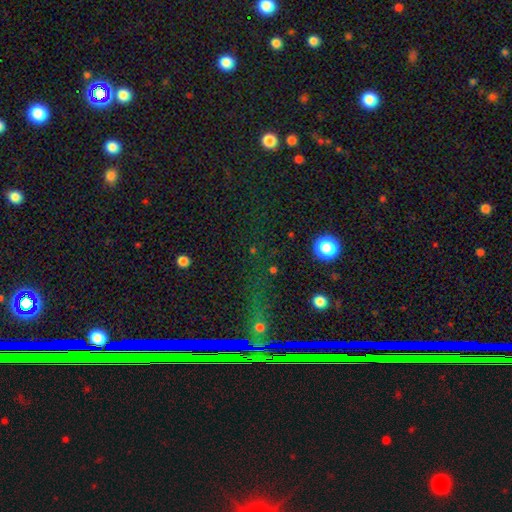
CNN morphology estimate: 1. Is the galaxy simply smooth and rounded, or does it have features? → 79% star or artifact, 12% smooth, 9% featured or disk.